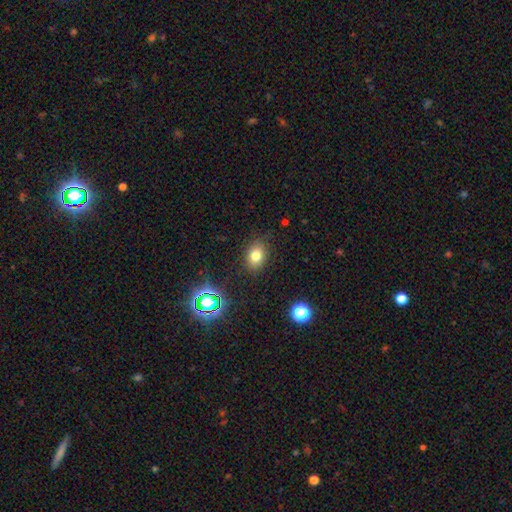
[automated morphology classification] smooth-or-featured: smooth: 76% | star or artifact: 16% | featured or disk: 9%
  how-rounded: in between: 66% | round: 33% | cigar-shaped: 1%
  merging: none: 84% | minor disturbance: 12% | major disturbance: 3% | merger: 1%